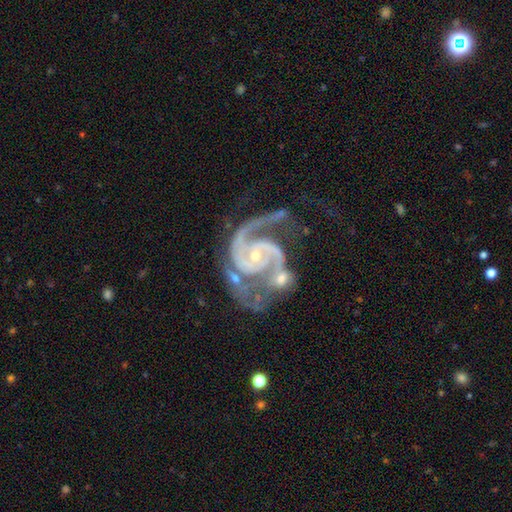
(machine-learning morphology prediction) A featured or disk galaxy (94%) with no bar (60%), 2 (78%) medium (54%) spiral arms (99%) and a small central bulge (72%). Merging: none (35%).